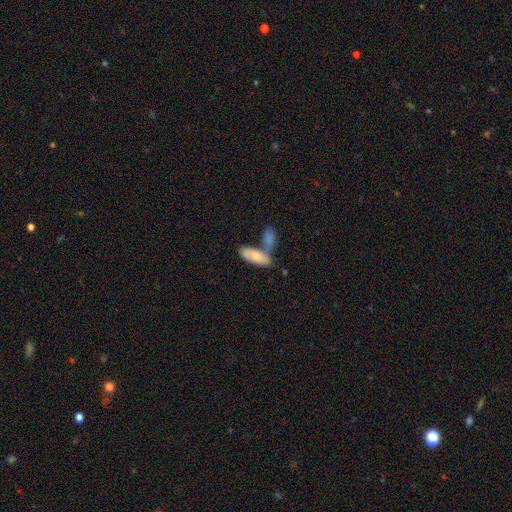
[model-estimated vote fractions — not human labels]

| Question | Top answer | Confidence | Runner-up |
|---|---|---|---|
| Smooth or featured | smooth | 69% | featured or disk (25%) |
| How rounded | in between | 75% | cigar-shaped (23%) |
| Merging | merger | 52% | none (31%) |